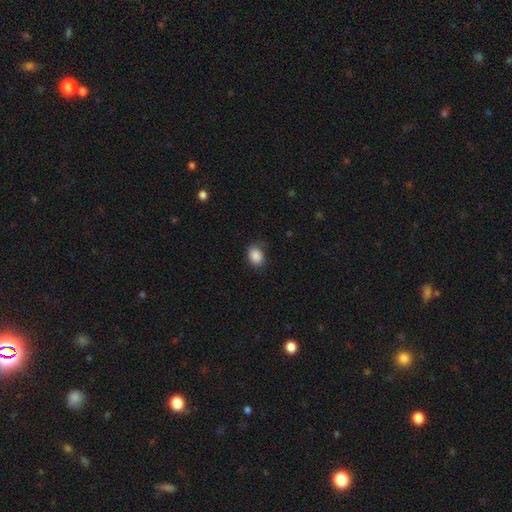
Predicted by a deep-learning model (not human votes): This appears to be a smooth galaxy with no disk features (88%) that is in between round and cigar-shaped (61%). Merging: none (77%).